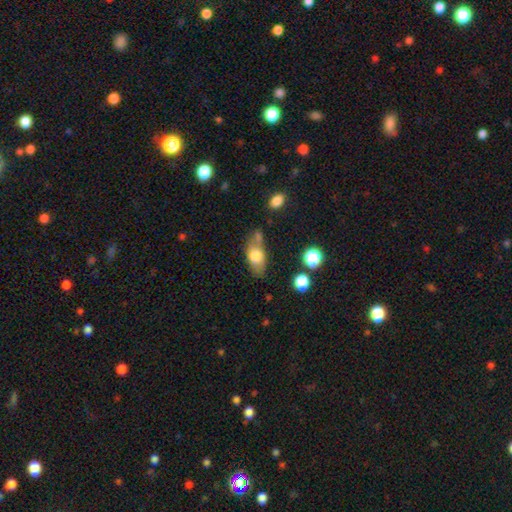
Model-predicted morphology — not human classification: A smooth galaxy with no disk features (70%) that is in between round and cigar-shaped (83%). Merging: none (47%).